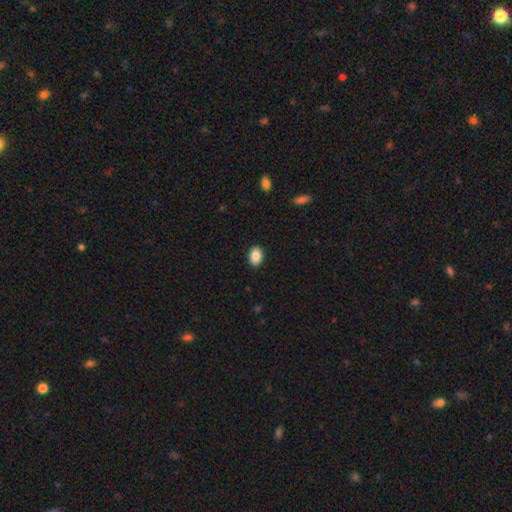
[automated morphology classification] smooth_or_featured: smooth (p=0.88) [alt: star or artifact p=0.08]
how_rounded: in between (p=0.81) [alt: round p=0.18]
merging: none (p=0.90) [alt: minor disturbance p=0.08]